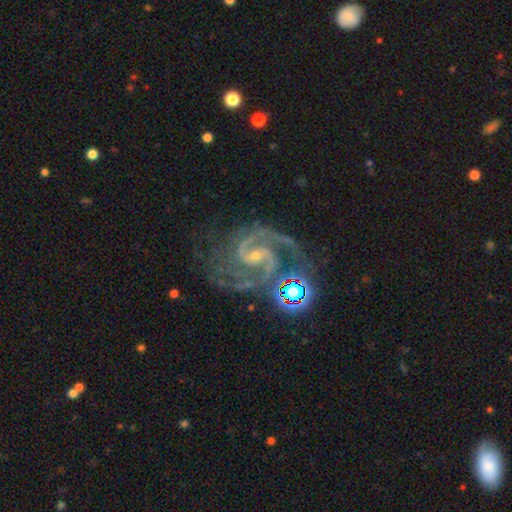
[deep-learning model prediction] Smooth or featured? Predicted: featured or disk (p=0.89). Edge-on disk? Predicted: no (p=0.98). Bar? Predicted: weak (p=0.50). Spiral arms? Predicted: yes (p=0.98). Spiral winding? Predicted: medium (p=0.58). Spiral arm count? Predicted: 2 (p=0.79). Bulge size? Predicted: small (p=0.72). Merging? Predicted: none (p=0.62).